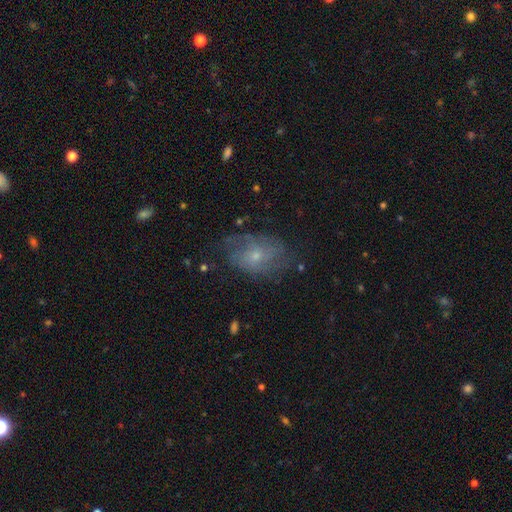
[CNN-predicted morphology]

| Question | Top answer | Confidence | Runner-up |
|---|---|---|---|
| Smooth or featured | featured or disk | 60% | smooth (30%) |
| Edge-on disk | no | 96% | yes (4%) |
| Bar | no | 78% | weak (19%) |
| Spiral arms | yes | 74% | no (26%) |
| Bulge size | small | 68% | moderate (27%) |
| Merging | none | 60% | minor disturbance (24%) |